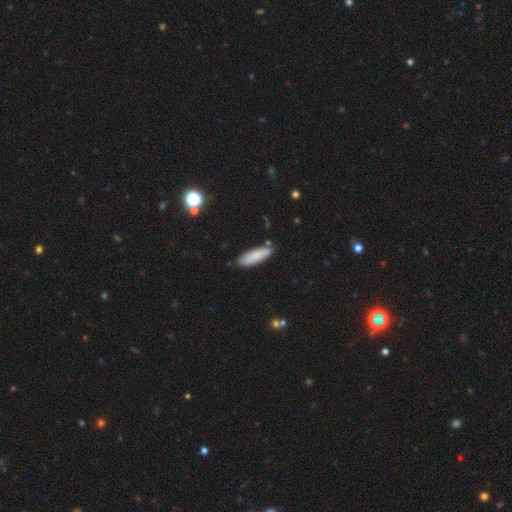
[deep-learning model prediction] Morphology: type=smooth (81%); roundness=cigar-shaped (52%); merging=none (83%).